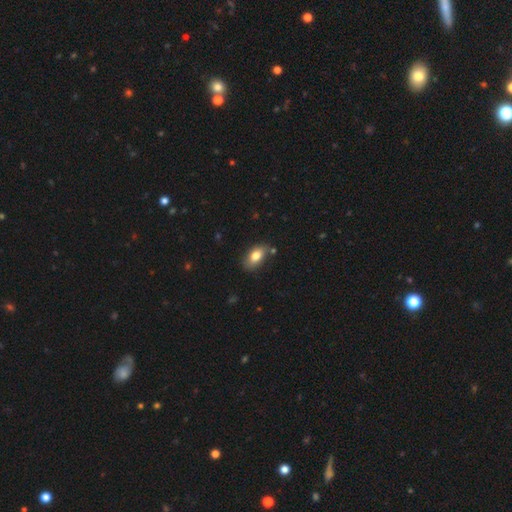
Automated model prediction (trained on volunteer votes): This is clearly a smooth galaxy (80%). How rounded: clearly in between (89%). Merging: likely none (76%).